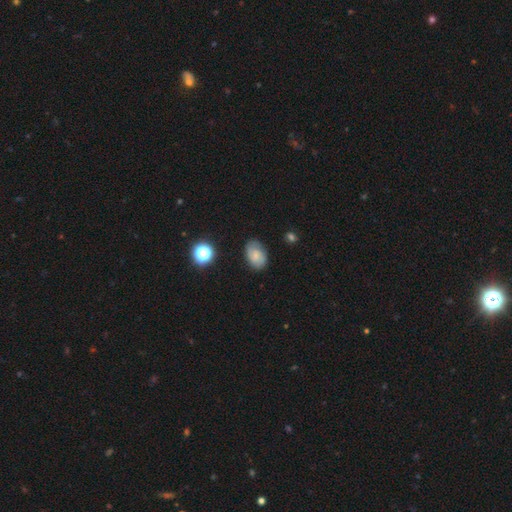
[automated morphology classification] Q: Smooth or featured?
A: smooth (54%); runner-up: featured or disk (35%)
Q: How rounded?
A: in between (82%); runner-up: round (16%)
Q: Merging?
A: none (76%); runner-up: minor disturbance (18%)